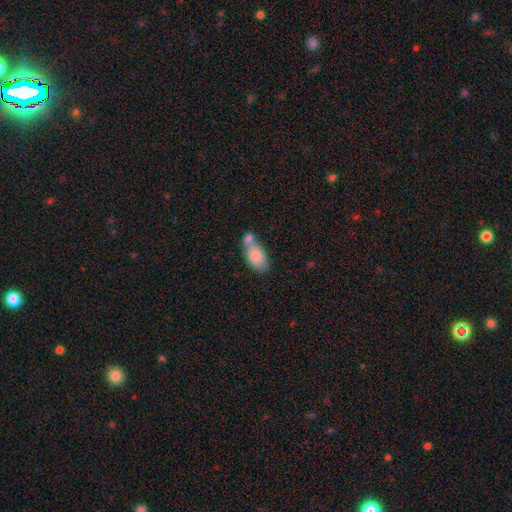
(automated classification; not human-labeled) Smooth or featured?
  - smooth: 80% *
  - featured or disk: 13%
  - star or artifact: 7%
How rounded?
  - in between: 92% *
  - round: 5%
  - cigar-shaped: 3%
Merging?
  - merger: 52% *
  - none: 29%
  - minor disturbance: 13%
  - major disturbance: 5%